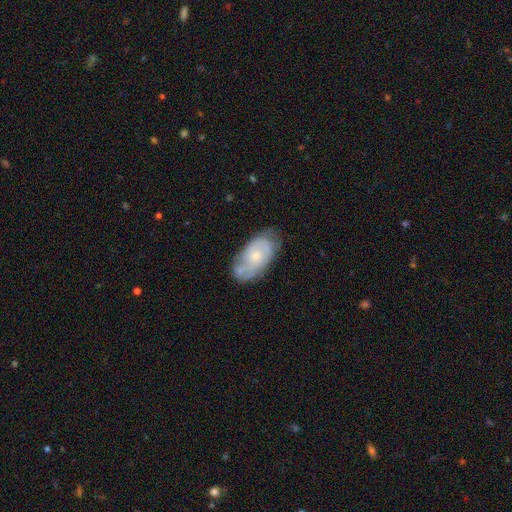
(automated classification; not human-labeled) Morphology: type=featured or disk (58%); edge-on=no (94%); bar=no (79%); spiral arms=yes (73%); bulge=small (58%); merging=none (61%).